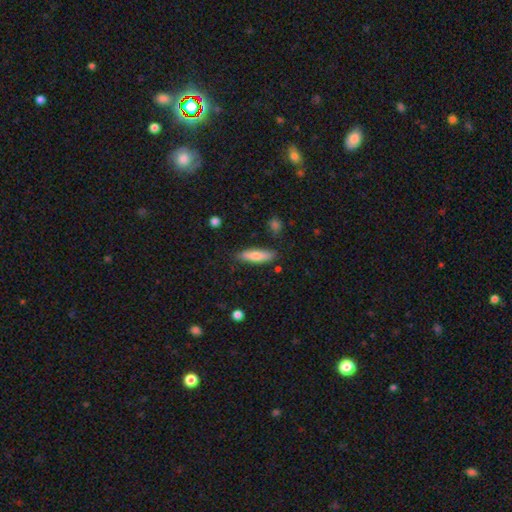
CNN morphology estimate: This appears to be a smooth galaxy with no disk features (73%) that is cigar-shaped (61%). Merging: none (82%).